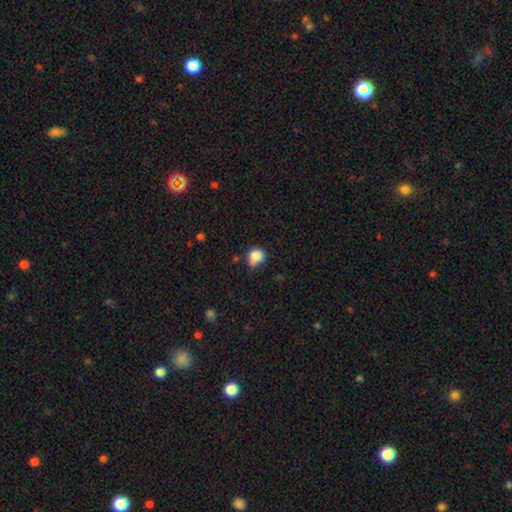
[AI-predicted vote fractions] A smooth galaxy with no disk features (83%) that is round (81%).

Vote fractions:
- Smooth or featured? smooth: 83% / star or artifact: 10% / featured or disk: 7%
- How rounded? round: 81% / in between: 18% / cigar-shaped: 1%
- Merging? none: 48% / minor disturbance: 35% / major disturbance: 9% / merger: 8%